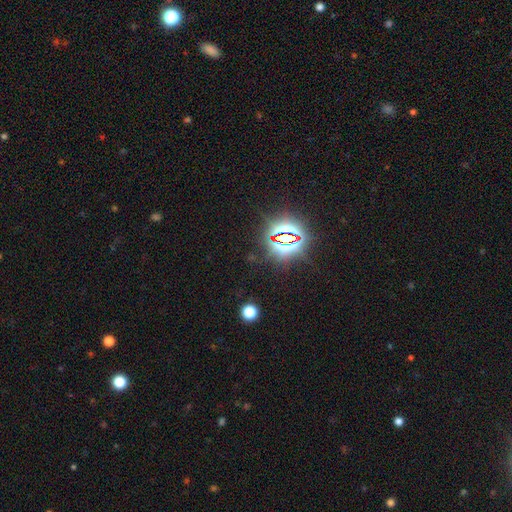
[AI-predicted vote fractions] The model was most divided on "smooth or featured": star or artifact: 82%, smooth: 11%, featured or disk: 7%.